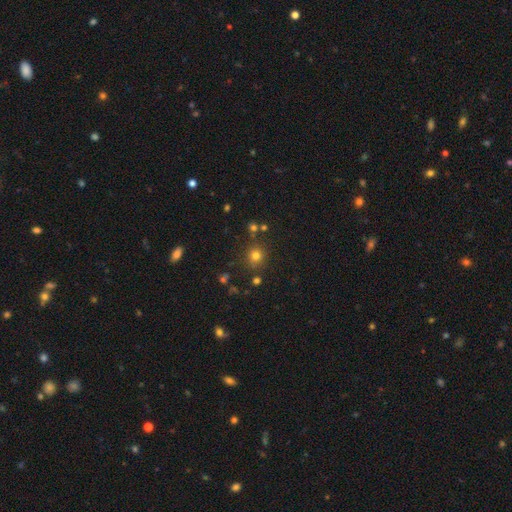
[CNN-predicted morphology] Smooth or featured? smooth (74%)
How rounded? round (89%)
Merging? none (81%)